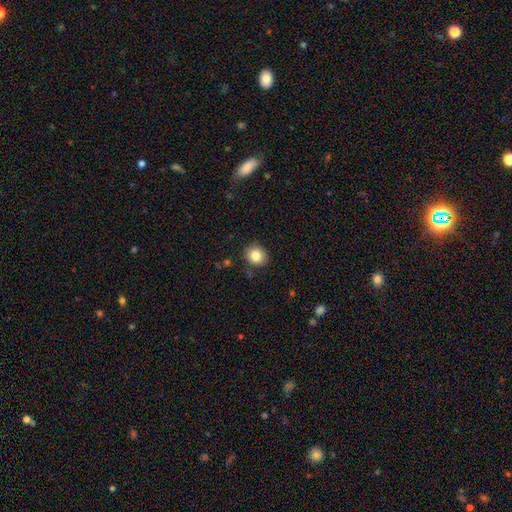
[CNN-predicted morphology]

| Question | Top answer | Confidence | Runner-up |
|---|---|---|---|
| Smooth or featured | smooth | 83% | star or artifact (10%) |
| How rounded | round | 77% | in between (22%) |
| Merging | none | 87% | minor disturbance (9%) |